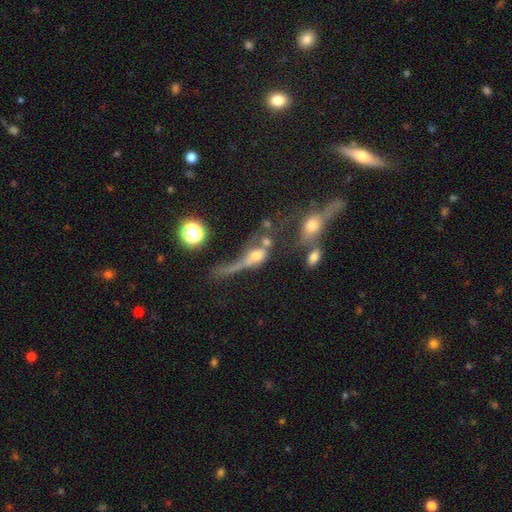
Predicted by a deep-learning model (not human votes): A featured or disk galaxy (47%). Merging: merger (43%).